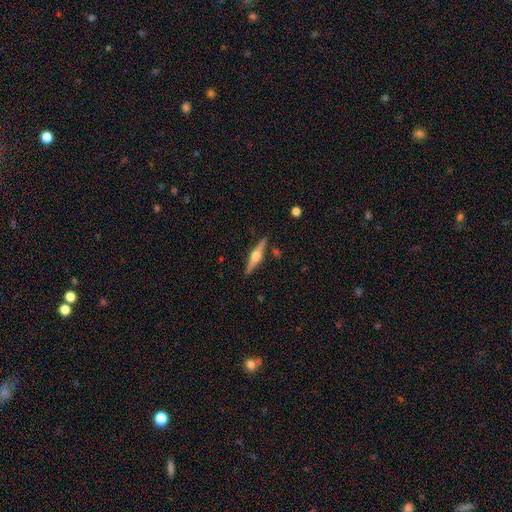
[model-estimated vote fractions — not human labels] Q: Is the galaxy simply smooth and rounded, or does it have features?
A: featured or disk — 74%.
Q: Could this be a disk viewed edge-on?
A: yes — 98%.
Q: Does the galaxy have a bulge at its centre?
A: rounded — 95%.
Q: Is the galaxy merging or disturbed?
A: none — 88%.